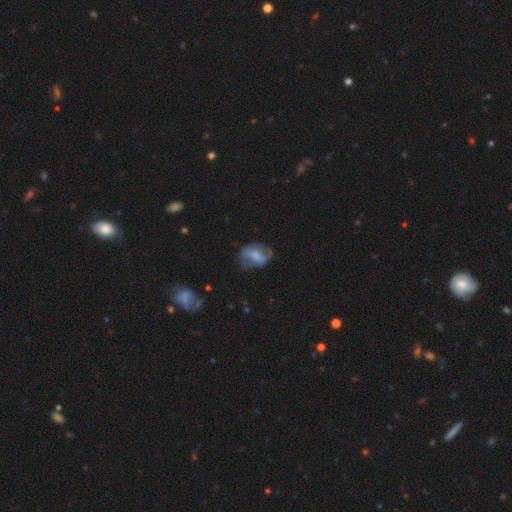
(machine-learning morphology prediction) Q: Smooth or featured?
A: featured or disk (52%); runner-up: smooth (39%)
Q: Edge-on disk?
A: no (96%); runner-up: yes (4%)
Q: Bar?
A: weak (41%); runner-up: no (38%)
Q: Spiral arms?
A: yes (72%); runner-up: no (28%)
Q: Bulge size?
A: none (40%); runner-up: moderate (23%)
Q: Merging?
A: none (55%); runner-up: minor disturbance (26%)